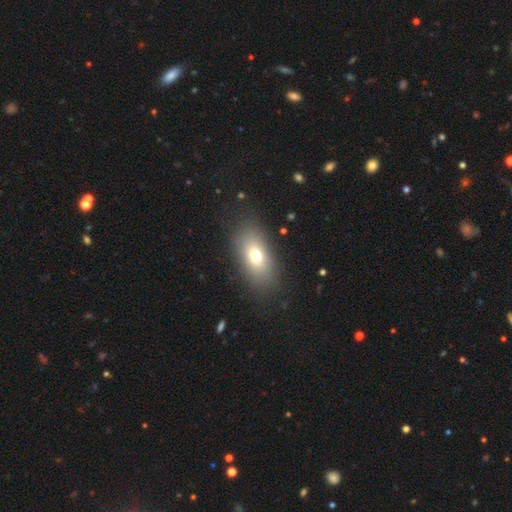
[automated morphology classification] Smooth or featured?
  - smooth: 71% *
  - featured or disk: 18%
  - star or artifact: 12%
How rounded?
  - in between: 85% *
  - round: 10%
  - cigar-shaped: 5%
Merging?
  - none: 83% *
  - minor disturbance: 10%
  - major disturbance: 6%
  - merger: 1%